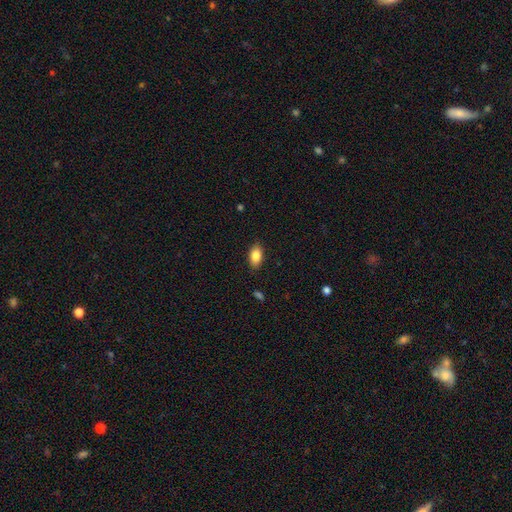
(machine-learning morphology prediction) Q: Smooth or featured?
A: smooth (85%); runner-up: star or artifact (8%)
Q: How rounded?
A: in between (91%); runner-up: round (6%)
Q: Merging?
A: none (87%); runner-up: minor disturbance (10%)